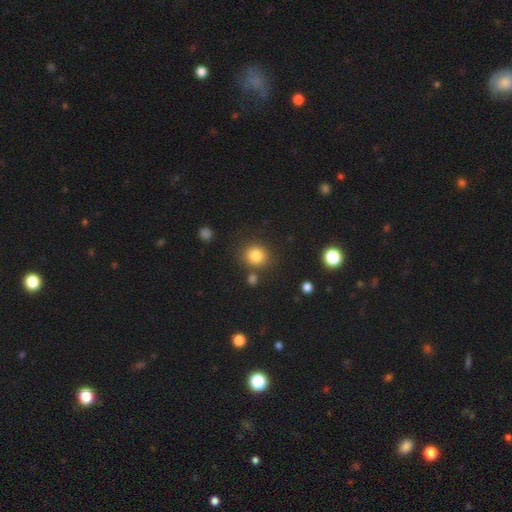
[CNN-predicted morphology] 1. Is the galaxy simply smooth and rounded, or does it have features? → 82% smooth, 12% star or artifact, 6% featured or disk.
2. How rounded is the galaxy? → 83% round, 16% in between, 1% cigar-shaped.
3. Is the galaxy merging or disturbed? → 79% none, 10% minor disturbance, 8% merger, 4% major disturbance.